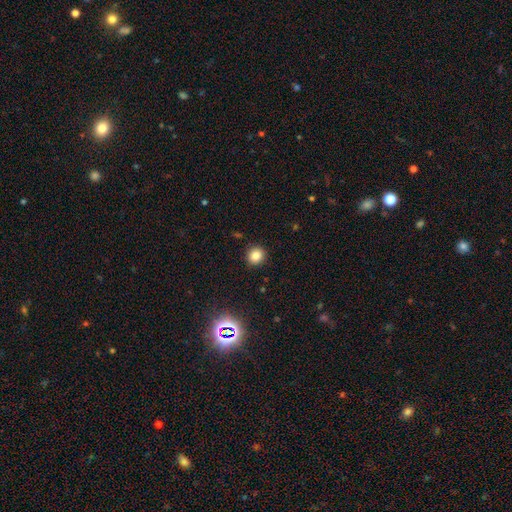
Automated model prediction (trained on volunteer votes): smooth 81%, star or artifact 14%, featured or disk 5%. Down the decision tree: how rounded — round (89%); merging — none (91%).